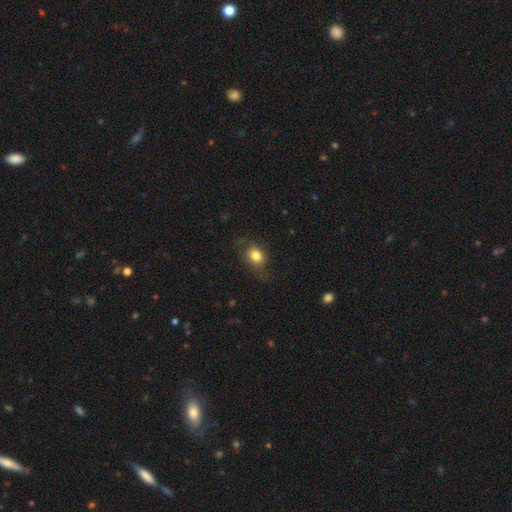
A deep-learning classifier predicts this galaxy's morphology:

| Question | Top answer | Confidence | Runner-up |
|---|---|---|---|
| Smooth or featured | smooth | 77% | featured or disk (13%) |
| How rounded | round | 52% | in between (46%) |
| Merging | none | 63% | minor disturbance (24%) |